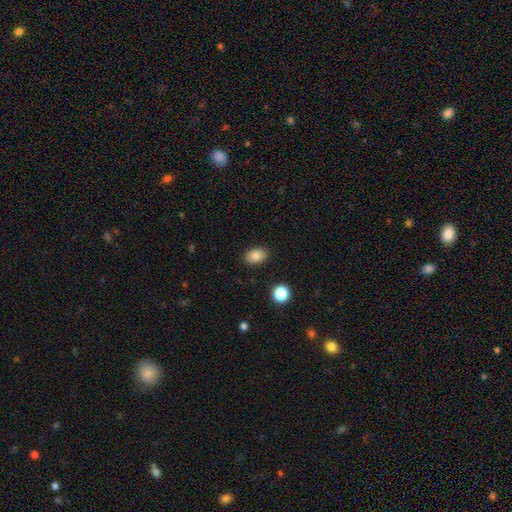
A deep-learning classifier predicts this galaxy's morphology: Overall: smooth (84%). How rounded: in between (86%). Merging: none (87%).